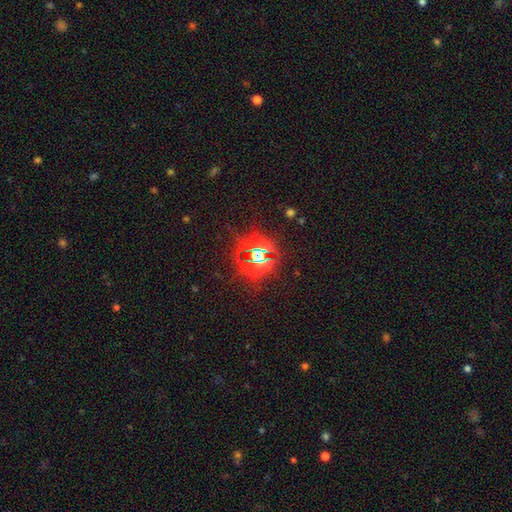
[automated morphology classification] A star or artifact, not a galaxy (80%).